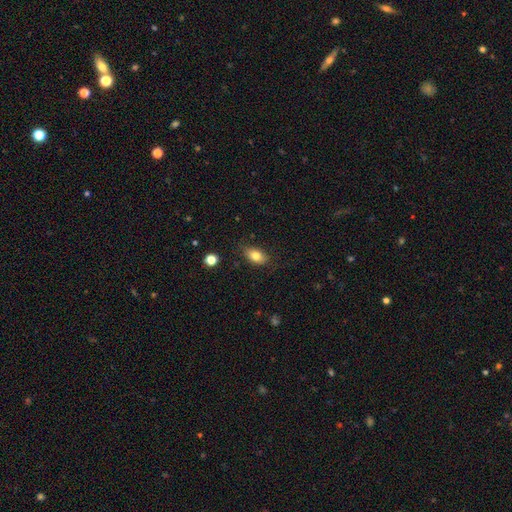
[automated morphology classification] type=smooth (80%); roundness=in between (87%); merging=none (82%).